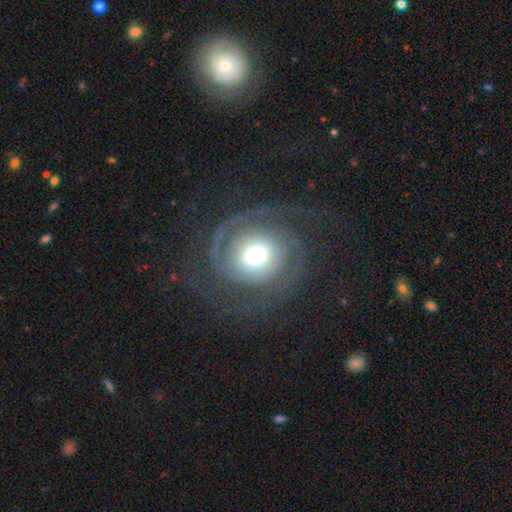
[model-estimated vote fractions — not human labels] Smooth or featured?
  - featured or disk: 72% *
  - smooth: 20%
  - star or artifact: 8%
Edge-on disk?
  - no: 97% *
  - yes: 3%
Bar?
  - no: 77% *
  - weak: 16%
  - strong: 8%
Spiral arms?
  - yes: 82% *
  - no: 18%
Spiral winding?
  - tight: 53% *
  - medium: 29%
  - loose: 18%
Spiral arm count?
  - 2: 42% *
  - can't tell: 24%
  - 3: 10%
  - 1: 10%
  - 4: 7%
  - more than 4: 7%
Bulge size?
  - large: 40% *
  - moderate: 34%
  - dominant: 14%
  - small: 11%
  - none: 2%
Merging?
  - none: 64% *
  - major disturbance: 20%
  - minor disturbance: 14%
  - merger: 2%